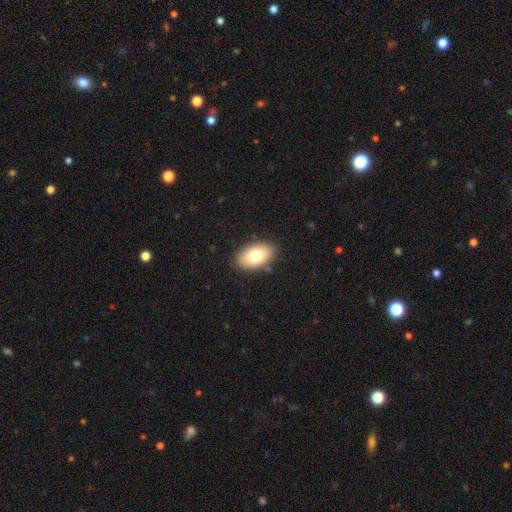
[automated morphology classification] Q: Smooth or featured?
A: smooth (76%); runner-up: featured or disk (16%)
Q: How rounded?
A: in between (92%); runner-up: round (6%)
Q: Merging?
A: none (87%); runner-up: minor disturbance (9%)